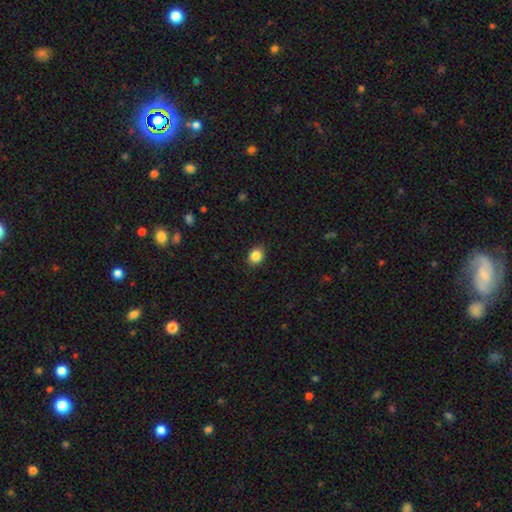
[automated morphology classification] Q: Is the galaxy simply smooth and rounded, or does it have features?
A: smooth — 86%.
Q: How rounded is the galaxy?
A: round — 56%.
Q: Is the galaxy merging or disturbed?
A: none — 89%.